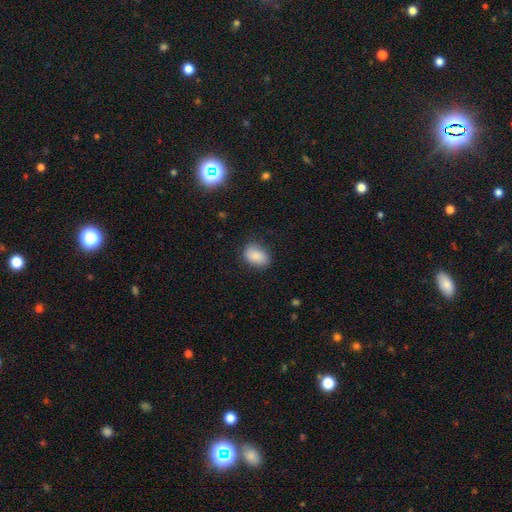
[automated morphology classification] Smooth or featured? smooth (87%)
How rounded? in between (81%)
Merging? none (81%)